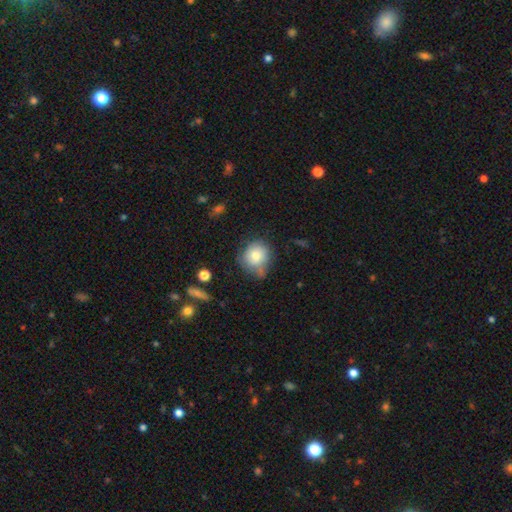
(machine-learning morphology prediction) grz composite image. It shows a smooth galaxy with no disk features (79%) that is round (84%). Merging: none (58%).